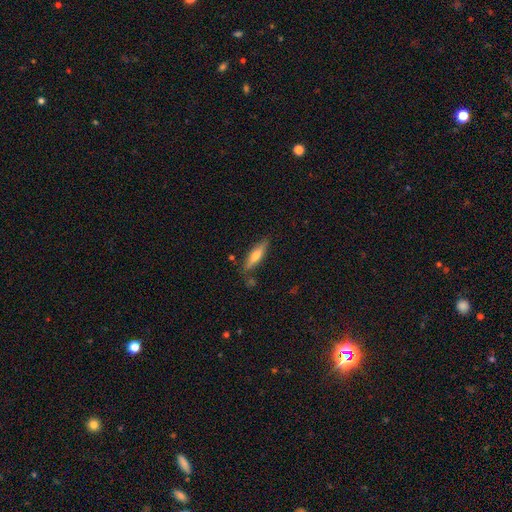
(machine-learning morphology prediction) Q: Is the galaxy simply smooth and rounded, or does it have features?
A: smooth — 57%.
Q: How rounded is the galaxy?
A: cigar-shaped — 71%.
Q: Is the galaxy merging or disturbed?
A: none — 78%.